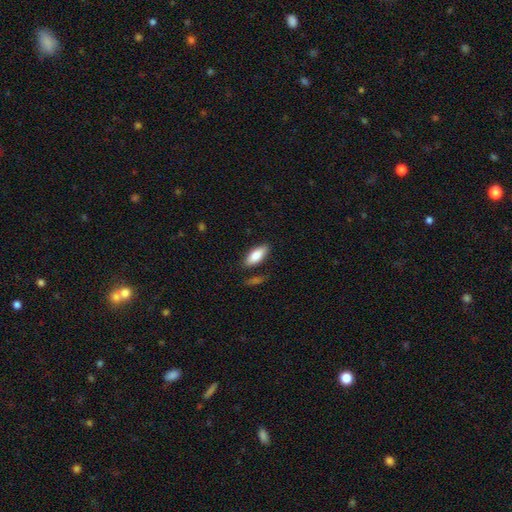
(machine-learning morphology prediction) A smooth galaxy with no disk features (84%) that is in between round and cigar-shaped (81%).

Vote fractions:
- Smooth or featured? smooth: 84% / featured or disk: 10% / star or artifact: 6%
- How rounded? in between: 81% / cigar-shaped: 17% / round: 2%
- Merging? none: 79% / minor disturbance: 14% / merger: 4% / major disturbance: 3%